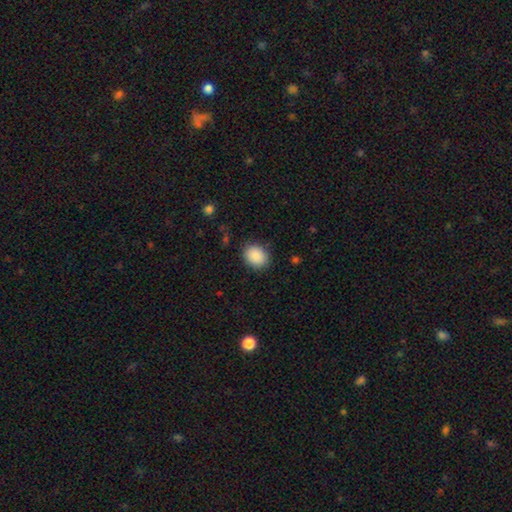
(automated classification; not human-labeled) This appears to be a smooth galaxy with no disk features (89%) that is round (59%). Merging: none (87%).